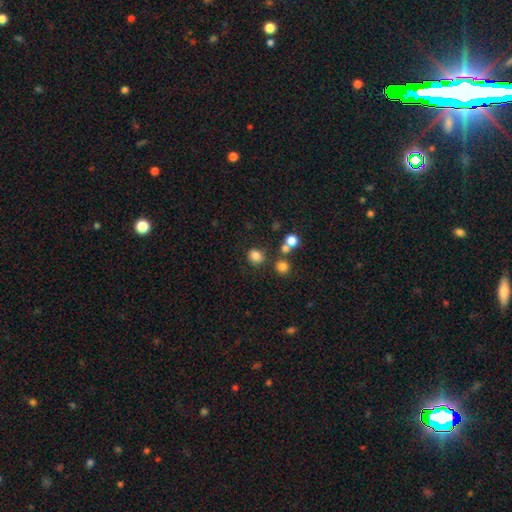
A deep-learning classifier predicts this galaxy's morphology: smooth-or-featured: smooth: 81% | star or artifact: 14% | featured or disk: 5%
  how-rounded: round: 72% | in between: 27% | cigar-shaped: 1%
  merging: none: 76% | minor disturbance: 11% | merger: 8% | major disturbance: 4%